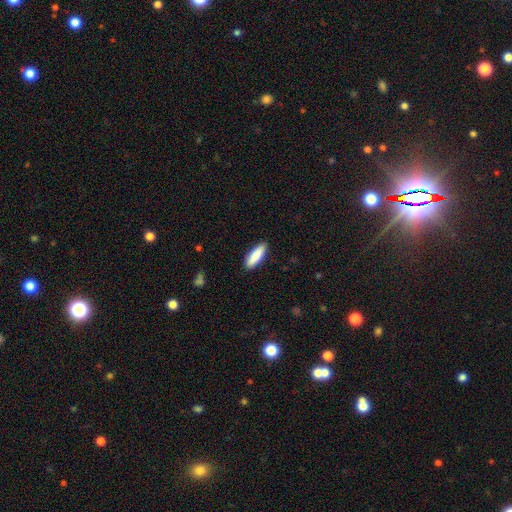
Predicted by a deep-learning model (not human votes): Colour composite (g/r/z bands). It shows a smooth galaxy with no disk features (85%) that is in between round and cigar-shaped (52%). Merging: none (88%).